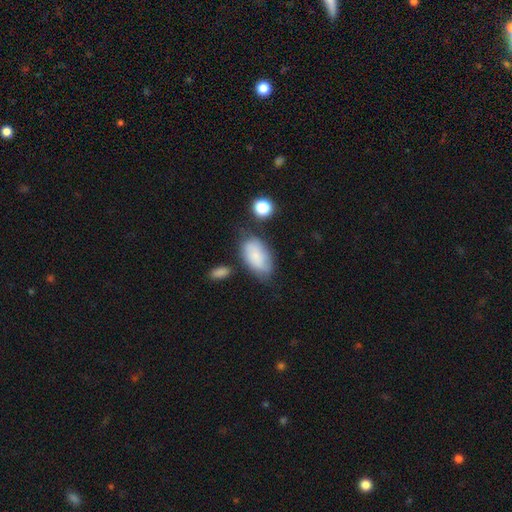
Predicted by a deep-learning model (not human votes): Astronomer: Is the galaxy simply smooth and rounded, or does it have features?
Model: smooth — 73%.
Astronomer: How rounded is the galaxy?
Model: in between — 92%.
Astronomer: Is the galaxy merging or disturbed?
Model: none — 57%.